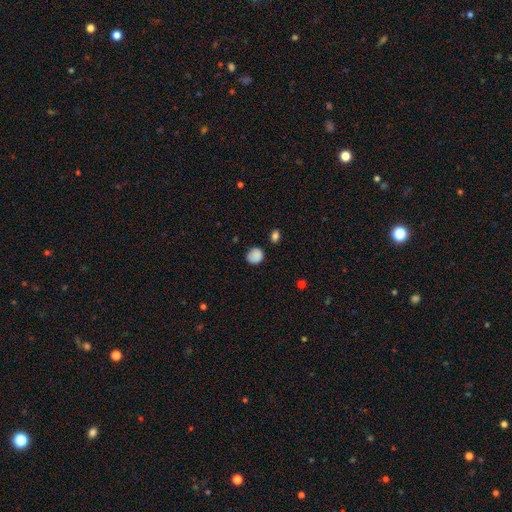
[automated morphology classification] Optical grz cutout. It shows a smooth galaxy with no disk features (86%) that is round (76%). Merging: none (78%).